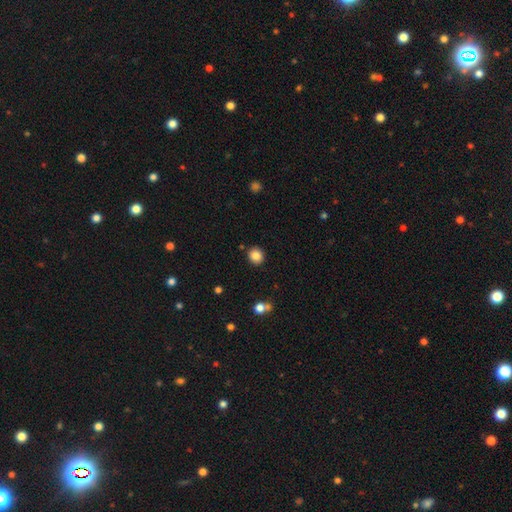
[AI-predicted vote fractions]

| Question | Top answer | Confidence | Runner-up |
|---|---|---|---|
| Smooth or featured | smooth | 85% | star or artifact (10%) |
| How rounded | round | 85% | in between (14%) |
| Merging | none | 89% | minor disturbance (7%) |